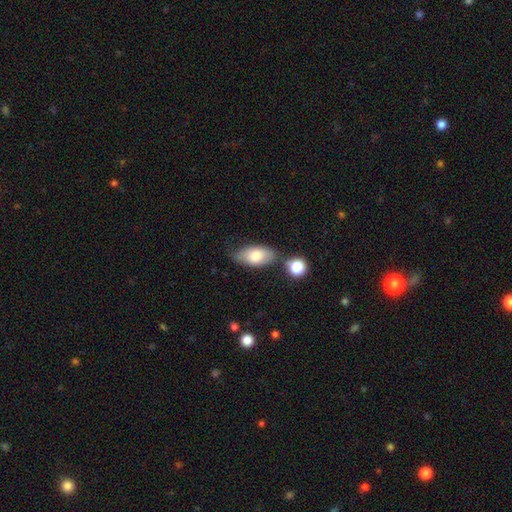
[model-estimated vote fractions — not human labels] Smooth or featured: smooth — 76% (featured or disk — 17%)
How rounded: in between — 91% (round — 4%)
Merging: none — 59% (minor disturbance — 22%)